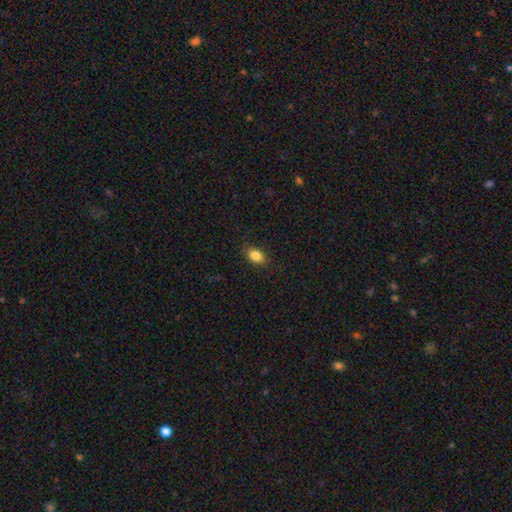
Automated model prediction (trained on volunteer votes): smooth-or-featured: smooth: 85% | star or artifact: 8% | featured or disk: 7%
  how-rounded: in between: 85% | round: 13% | cigar-shaped: 2%
  merging: none: 85% | minor disturbance: 11% | major disturbance: 3% | merger: 1%